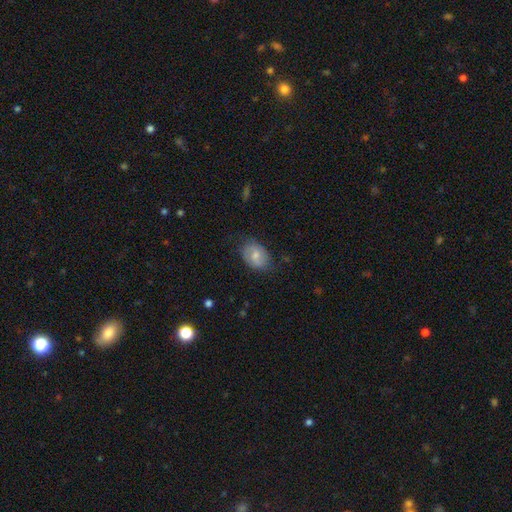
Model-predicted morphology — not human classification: Smooth or featured? smooth (66%)
How rounded? in between (76%)
Merging? none (70%)